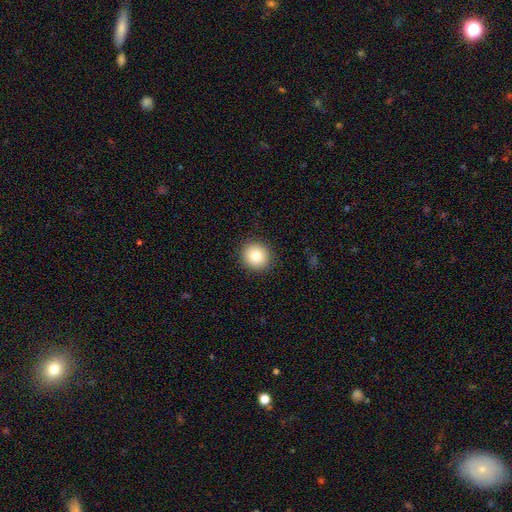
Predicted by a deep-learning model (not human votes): A smooth galaxy with no disk features (84%) that is round (88%).

Vote fractions:
- Smooth or featured? smooth: 84% / star or artifact: 9% / featured or disk: 7%
- How rounded? round: 88% / in between: 11% / cigar-shaped: 1%
- Merging? none: 91% / minor disturbance: 6% / major disturbance: 2% / merger: 1%